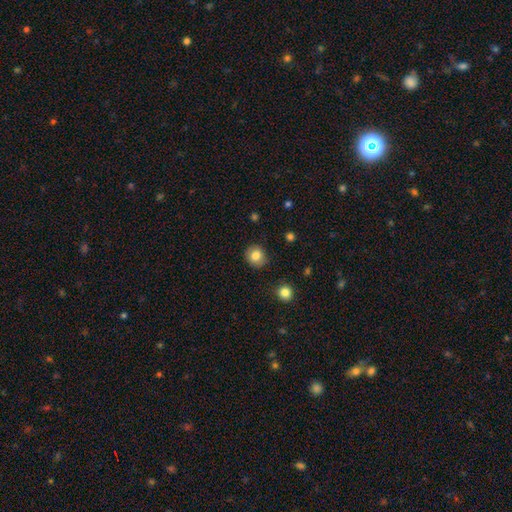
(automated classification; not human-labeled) A smooth galaxy with no disk features (83%) that is round (84%). Merging: none (87%).